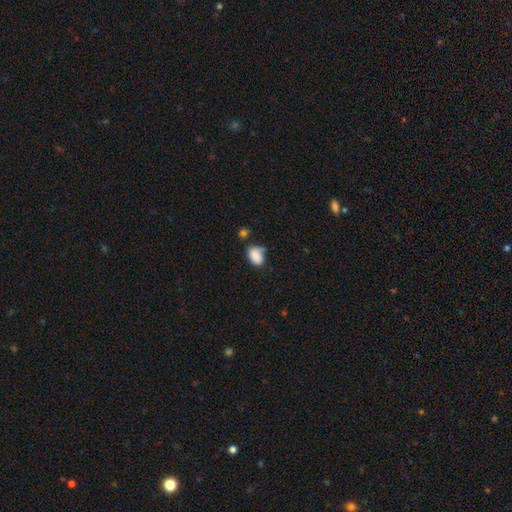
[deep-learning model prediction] smooth_or_featured: smooth (p=0.84) [alt: star or artifact p=0.08]
how_rounded: in between (p=0.80) [alt: round p=0.18]
merging: none (p=0.46) [alt: minor disturbance p=0.33]